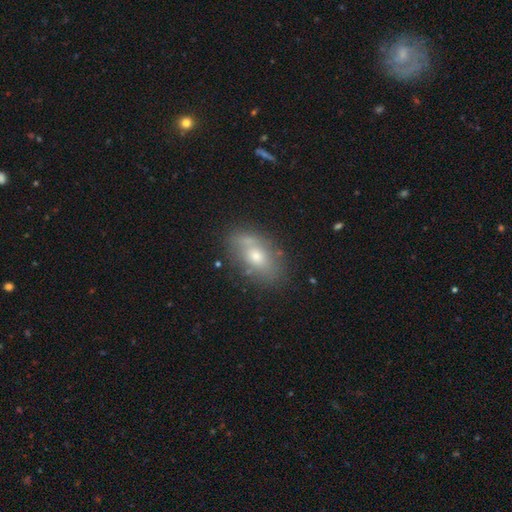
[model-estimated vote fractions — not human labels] Overall: smooth (57%; featured or disk 34%). How rounded: in between (86%). Merging: none (67%).